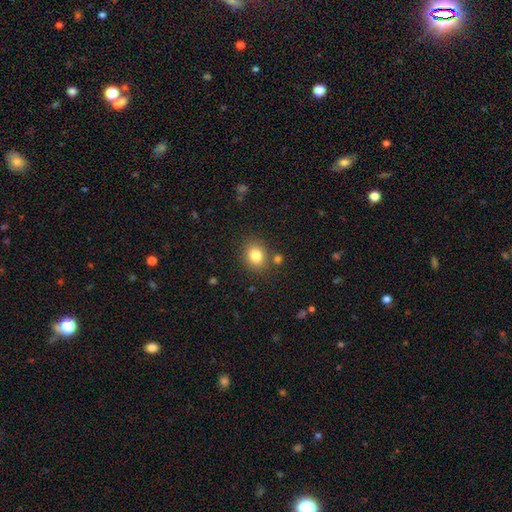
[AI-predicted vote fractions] This appears to be a smooth galaxy with no disk features (81%) that is round (62%). Merging: none (80%).